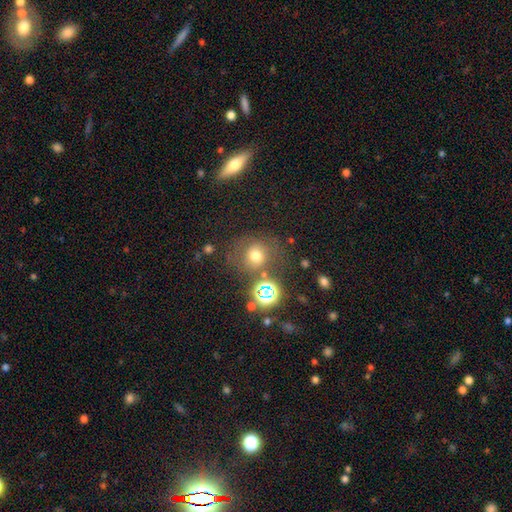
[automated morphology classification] type=smooth (68%); roundness=round (82%); merging=none (66%).